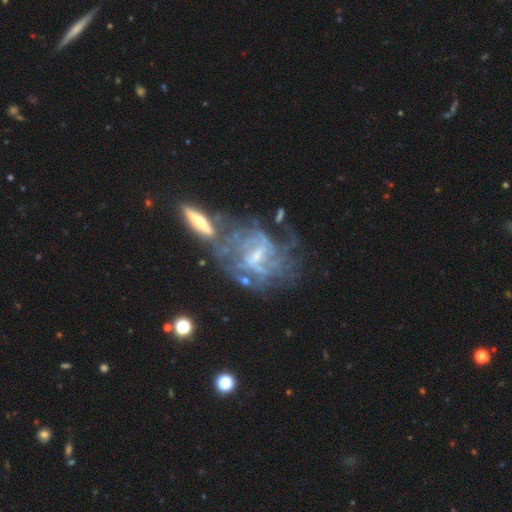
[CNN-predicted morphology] The model was most divided on "spiral winding": tight: 46%, medium: 38%, loose: 17%. Remaining: edge-on disk — no (94%); spiral arms — yes (82%); smooth or featured — featured or disk (81%); bulge size — small (57%); bar — weak (50%); spiral arm count — can't tell (50%); merging — none (43%).